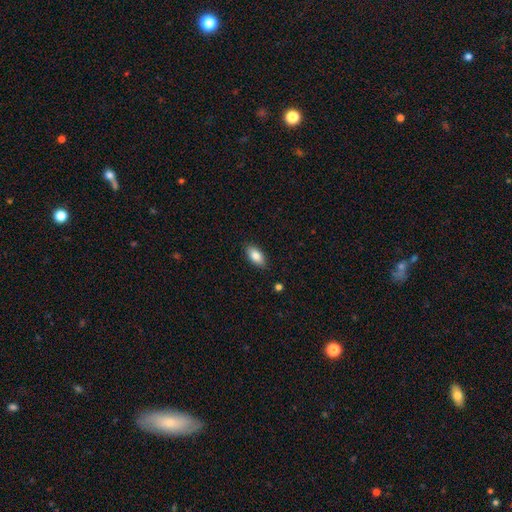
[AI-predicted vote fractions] This appears to be a smooth galaxy with no disk features (84%) that is in between round and cigar-shaped (91%). Merging: none (88%).